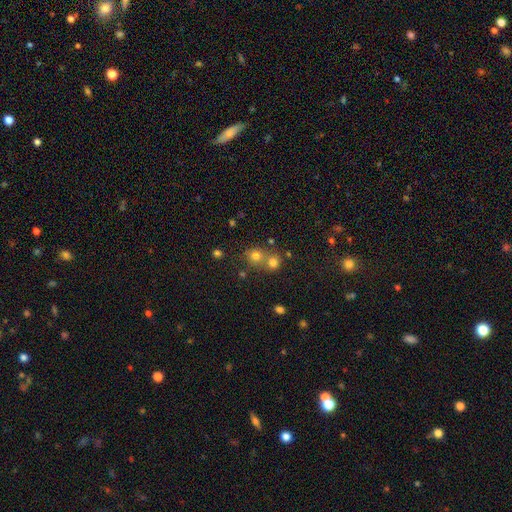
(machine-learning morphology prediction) This appears to be a smooth galaxy with no disk features (73%) that is round (85%). Merging: none (53%).